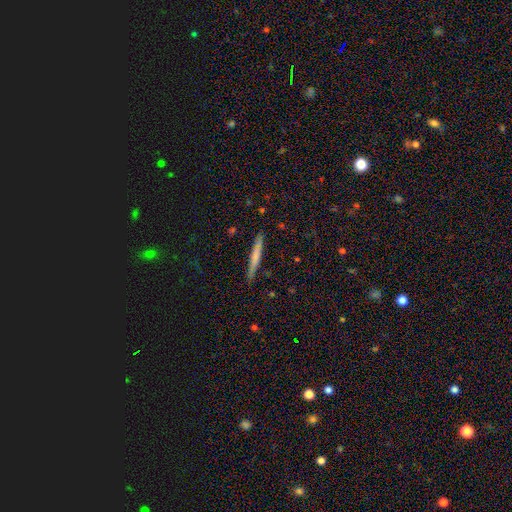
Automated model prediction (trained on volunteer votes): Smooth or featured? Predicted: smooth (p=0.58). How rounded? Predicted: cigar-shaped (p=0.96). Merging? Predicted: none (p=0.90).